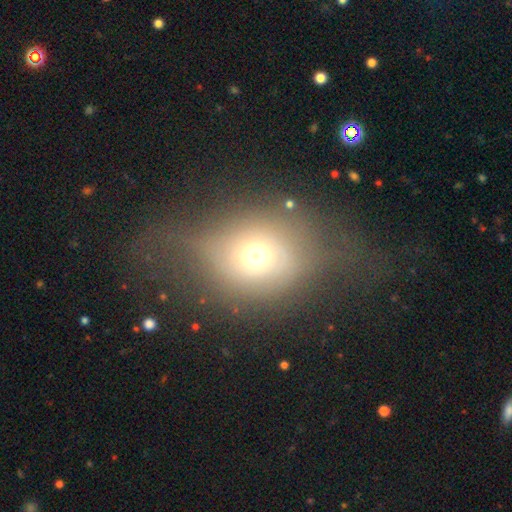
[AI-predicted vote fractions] Smooth or featured?
  - smooth: 57% *
  - featured or disk: 28%
  - star or artifact: 15%
How rounded?
  - round: 57% *
  - in between: 41%
  - cigar-shaped: 2%
Merging?
  - none: 40% *
  - major disturbance: 31%
  - minor disturbance: 26%
  - merger: 3%